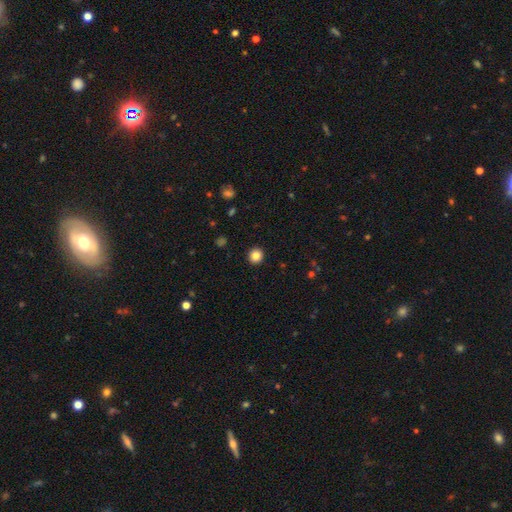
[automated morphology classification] Smooth or featured? Predicted: smooth (p=0.84). How rounded? Predicted: round (p=0.93). Merging? Predicted: none (p=0.93).